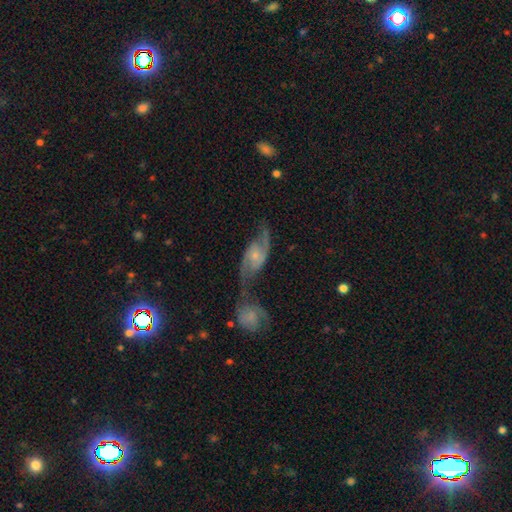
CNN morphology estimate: Smooth or featured? Predicted: featured or disk (p=0.84). Edge-on disk? Predicted: no (p=0.96). Bar? Predicted: no (p=0.60). Spiral arms? Predicted: yes (p=0.95). Spiral winding? Predicted: loose (p=0.45). Spiral arm count? Predicted: 2 (p=0.91). Bulge size? Predicted: small (p=0.60). Merging? Predicted: merger (p=0.45).